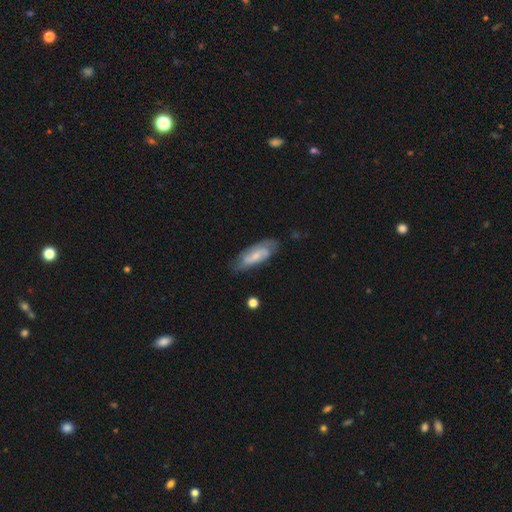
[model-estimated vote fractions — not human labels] This is likely a featured or disk galaxy (62%). It is clearly not viewed edge-on (88%). Bar: marginally weak (44%). Spiral arm pattern: clearly yes (88%). Central bulge: possibly small (54%). Merging: likely none (72%).